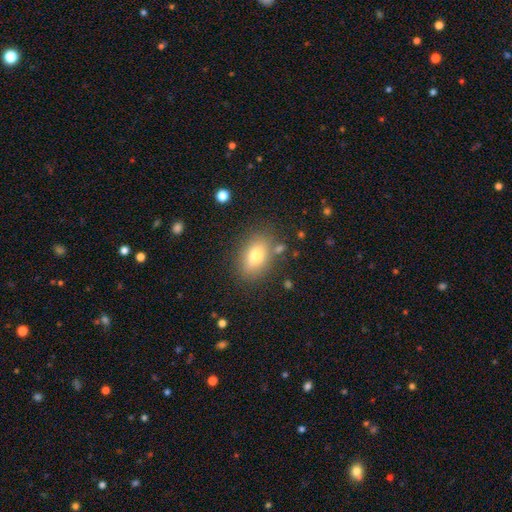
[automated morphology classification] A smooth galaxy with no disk features (76%) that is in between round and cigar-shaped (82%).

Vote fractions:
- Smooth or featured? smooth: 76% / featured or disk: 15% / star or artifact: 10%
- How rounded? in between: 82% / round: 15% / cigar-shaped: 3%
- Merging? none: 78% / minor disturbance: 13% / merger: 5% / major disturbance: 4%